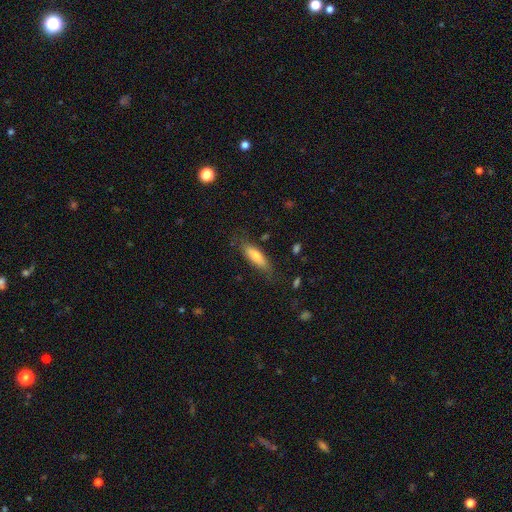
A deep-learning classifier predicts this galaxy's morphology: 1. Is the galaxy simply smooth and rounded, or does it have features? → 70% smooth, 22% featured or disk, 7% star or artifact.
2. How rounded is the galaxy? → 59% cigar-shaped, 40% in between, 2% round.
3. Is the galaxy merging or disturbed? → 76% none, 17% minor disturbance, 5% major disturbance, 2% merger.